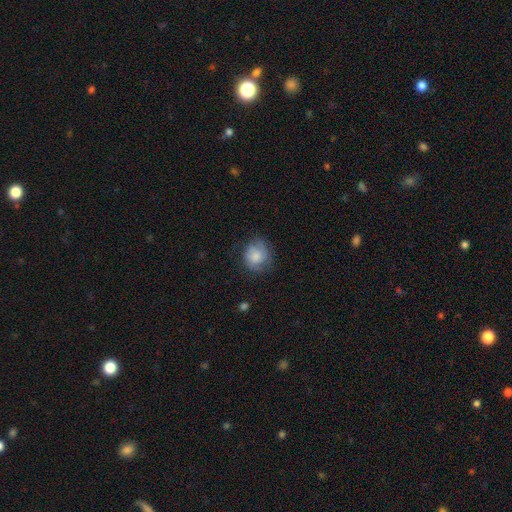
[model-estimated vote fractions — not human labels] A smooth galaxy with no disk features (64%) that is round (78%).

Vote fractions:
- Smooth or featured? smooth: 64% / featured or disk: 29% / star or artifact: 8%
- How rounded? round: 78% / in between: 21% / cigar-shaped: 1%
- Merging? none: 67% / minor disturbance: 23% / major disturbance: 9% / merger: 1%